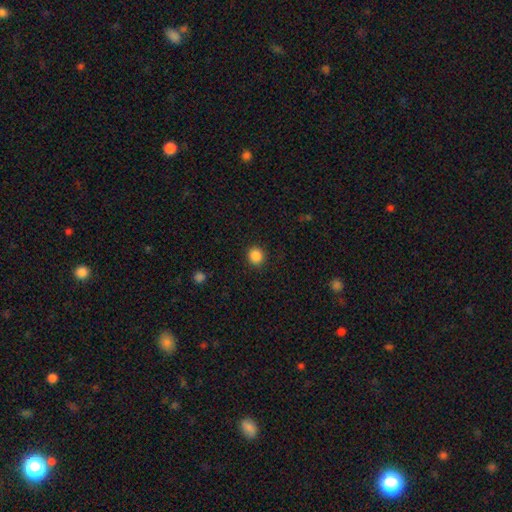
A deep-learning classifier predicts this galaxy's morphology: smooth_or_featured: smooth (p=0.87) [alt: star or artifact p=0.10]
how_rounded: round (p=0.90) [alt: in between p=0.09]
merging: none (p=0.91) [alt: minor disturbance p=0.06]